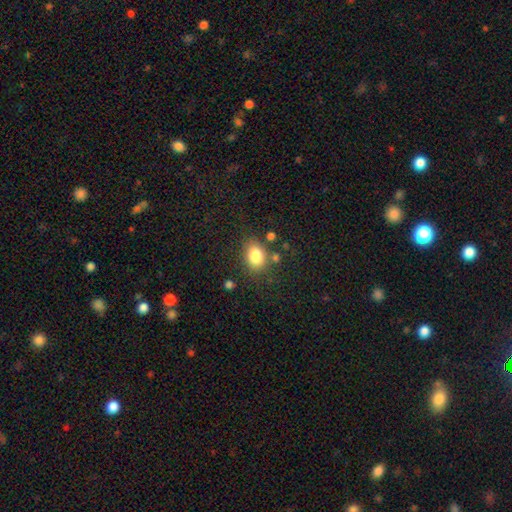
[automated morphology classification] smooth_or_featured: smooth (p=0.82) [alt: star or artifact p=0.10]
how_rounded: in between (p=0.60) [alt: round p=0.39]
merging: none (p=0.72) [alt: minor disturbance p=0.15]